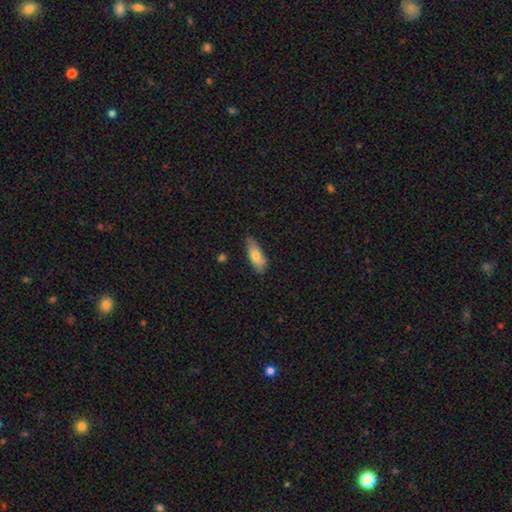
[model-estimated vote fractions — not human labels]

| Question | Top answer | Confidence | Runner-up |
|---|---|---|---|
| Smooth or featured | smooth | 74% | featured or disk (20%) |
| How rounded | in between | 75% | cigar-shaped (22%) |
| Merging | none | 68% | minor disturbance (26%) |